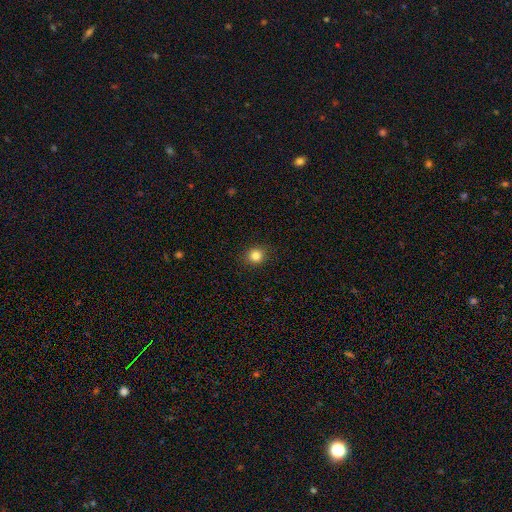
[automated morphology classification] The model was most divided on "how rounded": round: 85%, in between: 14%, cigar-shaped: 1%. More confident: merging — none (90%); smooth or featured — smooth (83%).